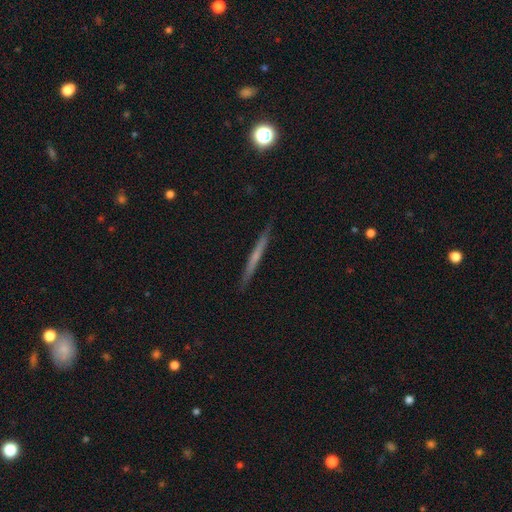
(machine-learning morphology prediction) This is possibly a featured or disk galaxy (47%). Merging: clearly none (90%).